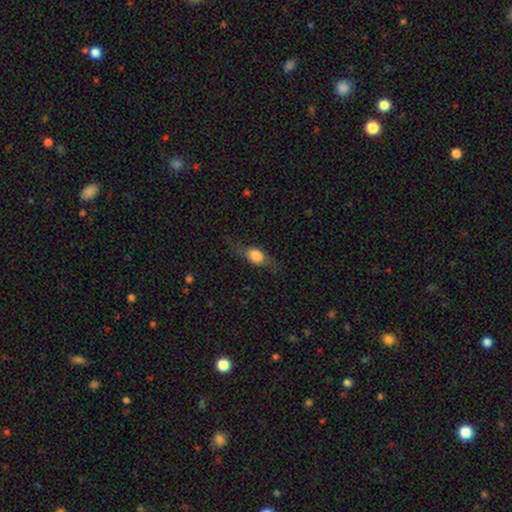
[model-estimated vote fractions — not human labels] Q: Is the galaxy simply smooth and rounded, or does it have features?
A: smooth — 58%.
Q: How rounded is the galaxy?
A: in between — 62%.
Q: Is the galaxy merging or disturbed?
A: none — 68%.